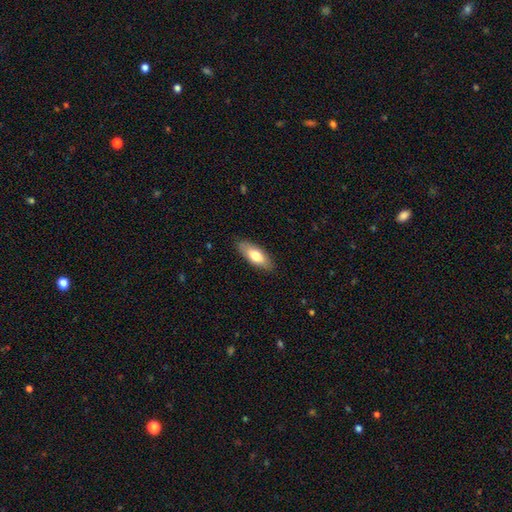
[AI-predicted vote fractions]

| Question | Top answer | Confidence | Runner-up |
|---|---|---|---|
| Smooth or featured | smooth | 71% | featured or disk (23%) |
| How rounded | in between | 74% | cigar-shaped (23%) |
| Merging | none | 86% | minor disturbance (11%) |